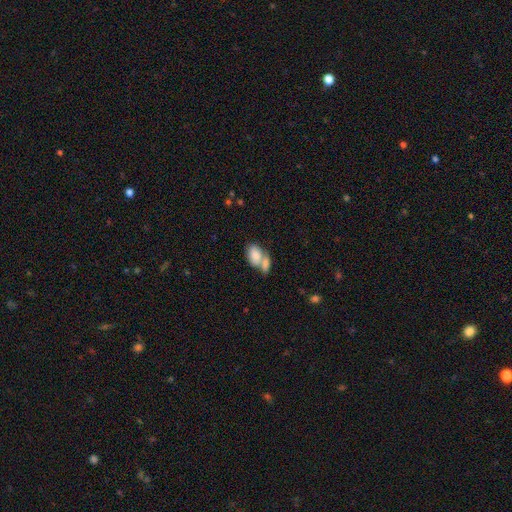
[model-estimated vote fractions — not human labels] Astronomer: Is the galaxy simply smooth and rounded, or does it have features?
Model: smooth — 81%.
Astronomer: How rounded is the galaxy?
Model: in between — 90%.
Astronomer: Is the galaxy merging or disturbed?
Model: merger — 62%.